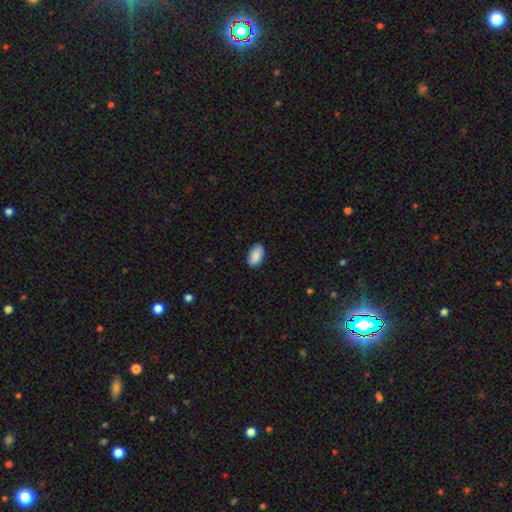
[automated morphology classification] The model was most divided on "merging": none: 87%, minor disturbance: 10%, major disturbance: 2%, merger: 1%. More confident: how rounded — in between (94%); smooth or featured — smooth (88%).